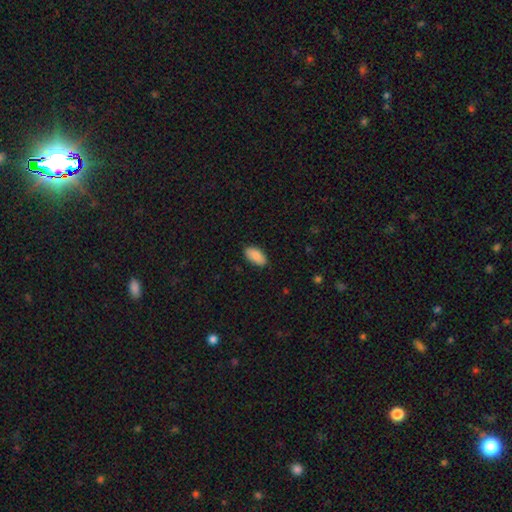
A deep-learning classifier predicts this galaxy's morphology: Smooth or featured?
  - smooth: 89% *
  - star or artifact: 6%
  - featured or disk: 5%
How rounded?
  - in between: 94% *
  - cigar-shaped: 4%
  - round: 2%
Merging?
  - none: 86% *
  - minor disturbance: 11%
  - major disturbance: 2%
  - merger: 1%